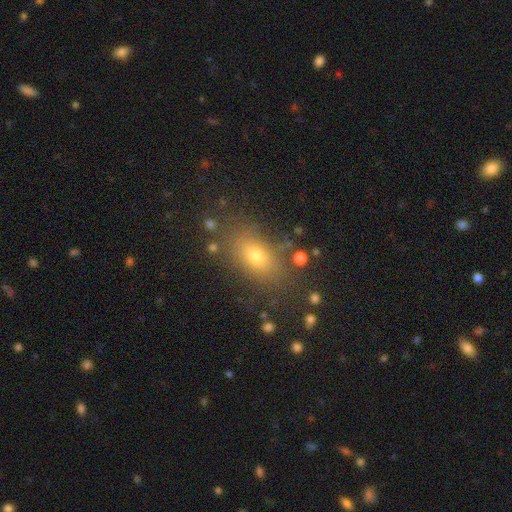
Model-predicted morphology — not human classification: Overall: smooth (72%). How rounded: in between (80%). Merging: none (78%).